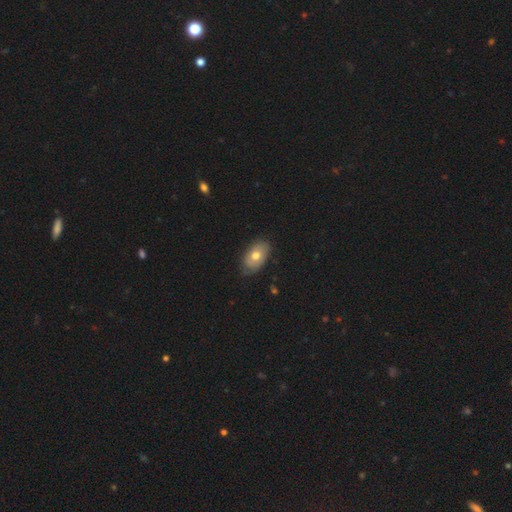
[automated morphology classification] type=smooth (61%); roundness=in between (91%); merging=none (74%).